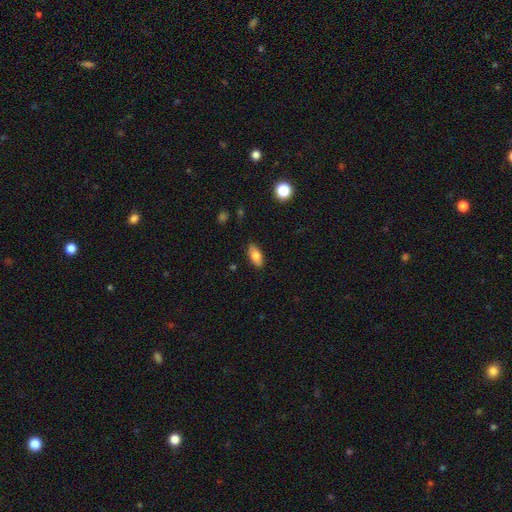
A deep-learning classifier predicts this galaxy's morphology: Overall: smooth (78%). How rounded: in between (89%). Merging: none (87%).